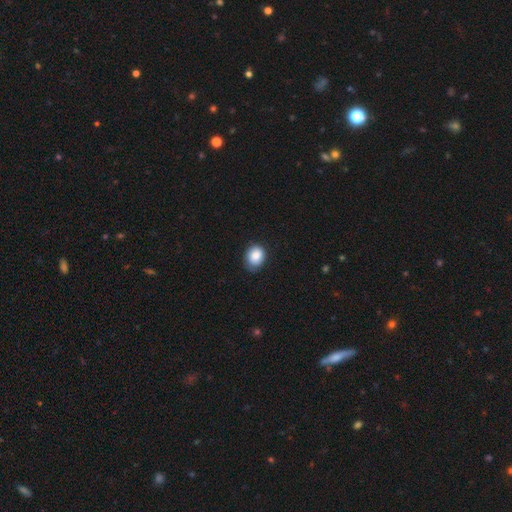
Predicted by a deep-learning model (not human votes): Morphology: type=smooth (85%); roundness=round (52%); merging=none (73%).